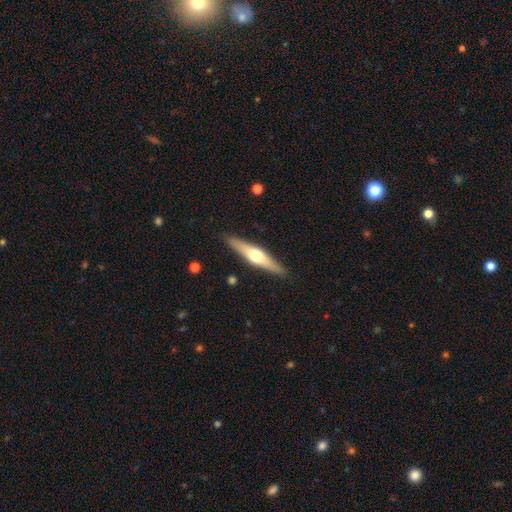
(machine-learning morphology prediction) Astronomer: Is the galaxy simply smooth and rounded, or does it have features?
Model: featured or disk — 59% (runner-up: smooth, 36%).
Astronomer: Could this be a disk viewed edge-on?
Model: yes — 95%.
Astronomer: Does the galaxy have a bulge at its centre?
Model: rounded — 93%.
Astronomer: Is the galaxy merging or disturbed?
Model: none — 89%.